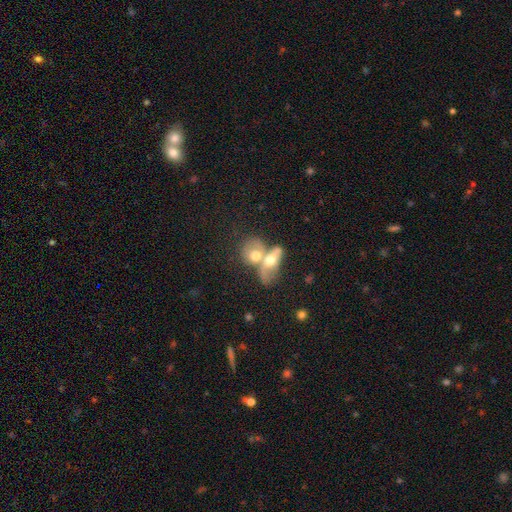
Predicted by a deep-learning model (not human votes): A smooth galaxy with no disk features (59%) that is in between round and cigar-shaped (62%).

Vote fractions:
- Smooth or featured? smooth: 59% / featured or disk: 33% / star or artifact: 8%
- How rounded? in between: 62% / round: 34% / cigar-shaped: 4%
- Merging? merger: 77% / none: 12% / major disturbance: 6% / minor disturbance: 5%